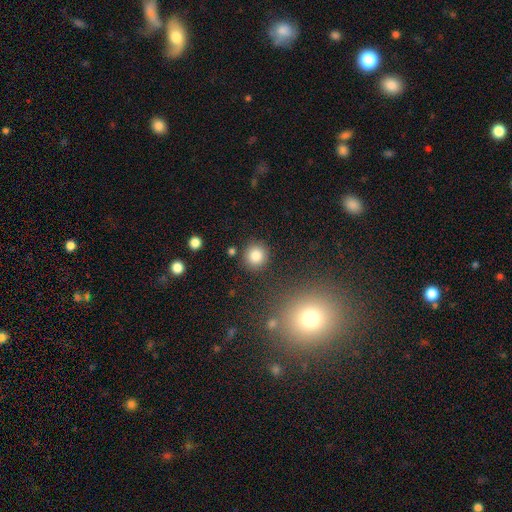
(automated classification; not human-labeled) Smooth or featured? smooth (84%)
How rounded? round (91%)
Merging? none (88%)